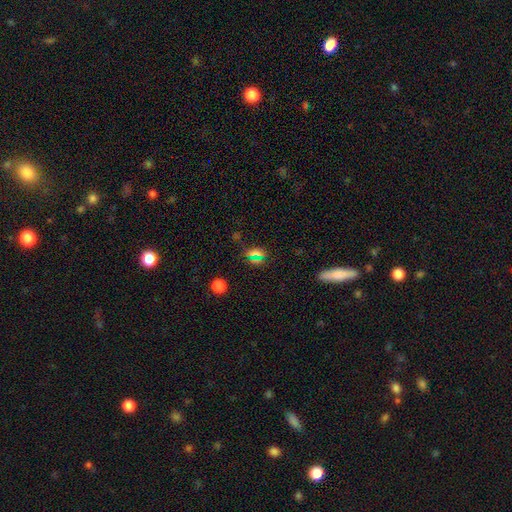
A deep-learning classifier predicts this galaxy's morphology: This appears to be a smooth galaxy with no disk features (49%). Merging: none (78%).